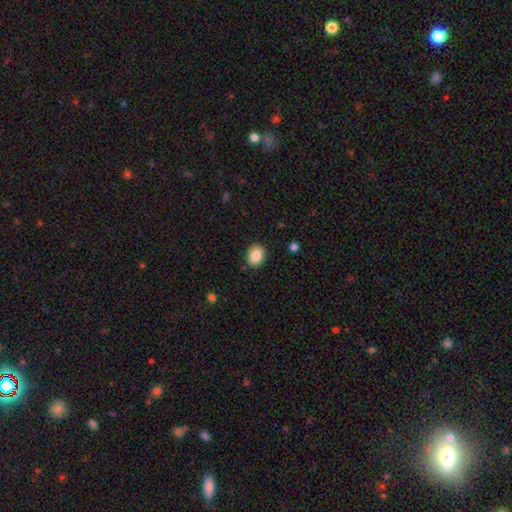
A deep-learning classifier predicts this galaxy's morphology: smooth_or_featured: smooth (p=0.87) [alt: star or artifact p=0.08]
how_rounded: in between (p=0.53) [alt: round p=0.46]
merging: none (p=0.85) [alt: minor disturbance p=0.10]